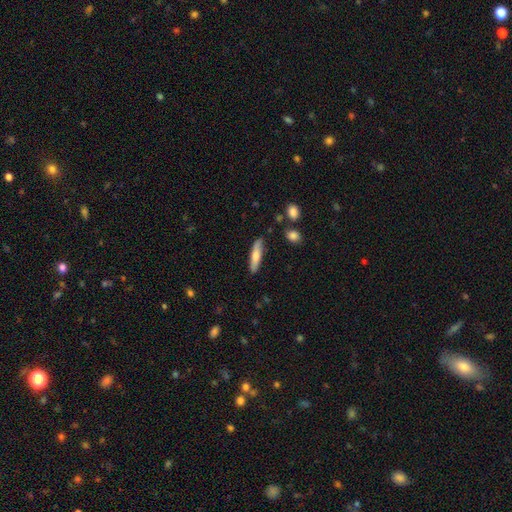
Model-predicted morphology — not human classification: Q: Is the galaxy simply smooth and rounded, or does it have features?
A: smooth — 68%.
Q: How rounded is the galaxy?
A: cigar-shaped — 79%.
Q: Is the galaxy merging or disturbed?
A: none — 82%.